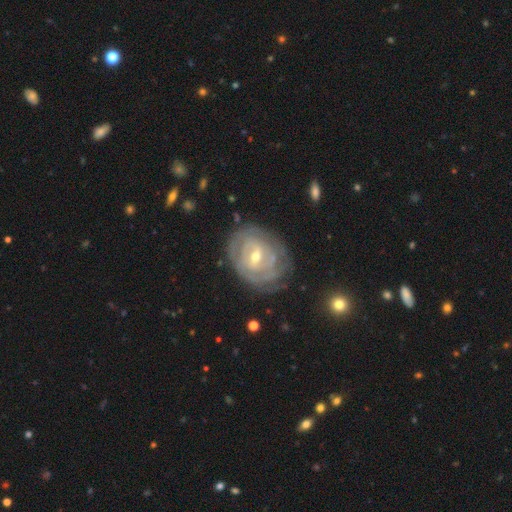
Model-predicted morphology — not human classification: Smooth or featured? Predicted: featured or disk (p=0.85). Edge-on disk? Predicted: no (p=0.97). Bar? Predicted: weak (p=0.52). Spiral arms? Predicted: yes (p=0.91). Spiral winding? Predicted: tight (p=0.78). Spiral arm count? Predicted: can't tell (p=0.46). Bulge size? Predicted: small (p=0.50). Merging? Predicted: none (p=0.73).